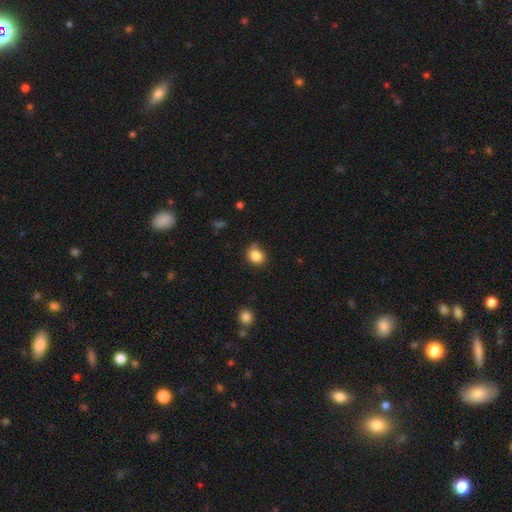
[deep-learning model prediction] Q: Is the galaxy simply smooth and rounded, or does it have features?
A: smooth — 84%.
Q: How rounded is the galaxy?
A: round — 60%.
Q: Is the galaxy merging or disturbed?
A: none — 68%.